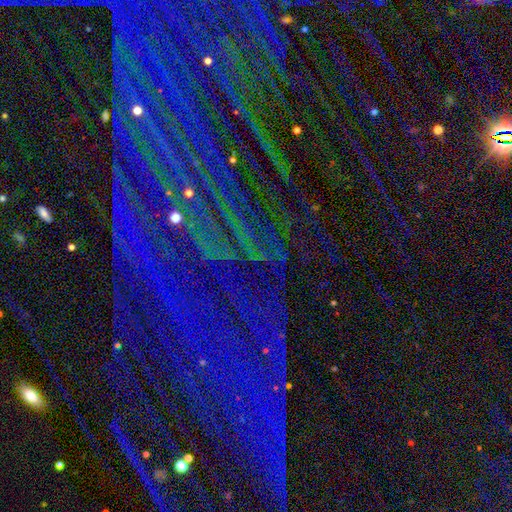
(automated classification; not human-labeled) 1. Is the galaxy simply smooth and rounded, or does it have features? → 84% star or artifact, 9% featured or disk, 7% smooth.